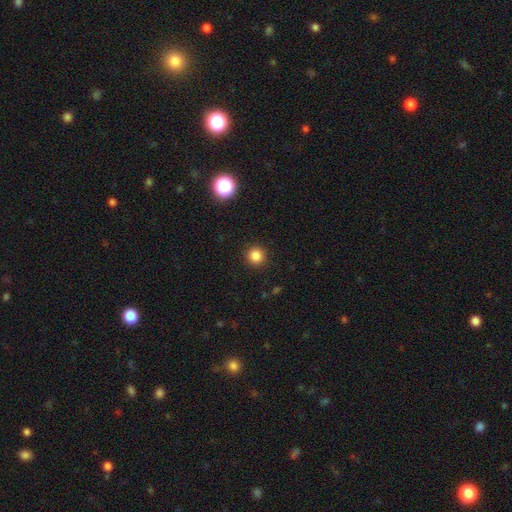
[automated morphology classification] Smooth or featured?
  - smooth: 84% *
  - star or artifact: 12%
  - featured or disk: 4%
How rounded?
  - round: 94% *
  - in between: 5%
  - cigar-shaped: 1%
Merging?
  - none: 91% *
  - minor disturbance: 6%
  - major disturbance: 2%
  - merger: 1%